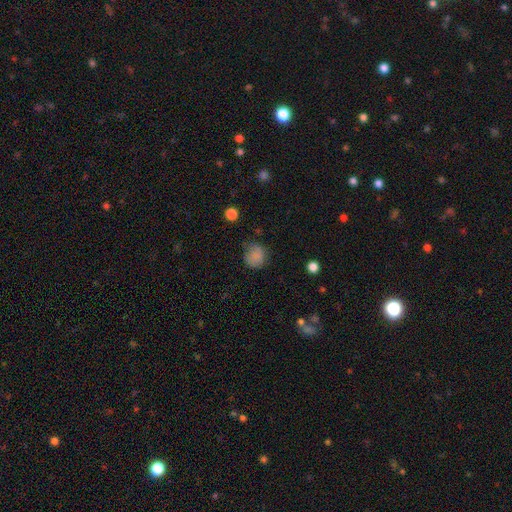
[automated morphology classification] This is clearly a smooth galaxy (82%). How rounded: clearly round (83%). Merging: likely none (69%).